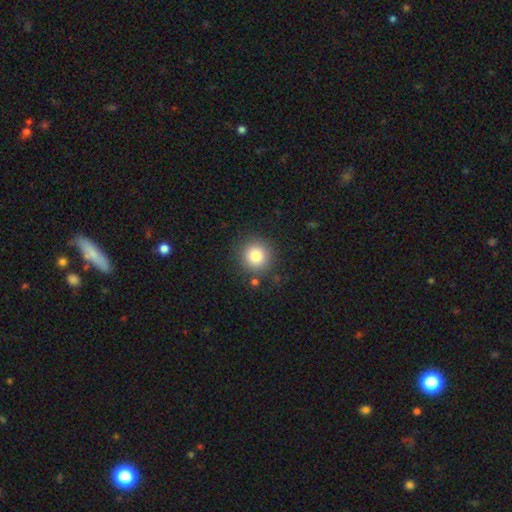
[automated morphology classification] Q: Smooth or featured?
A: smooth (81%); runner-up: star or artifact (11%)
Q: How rounded?
A: round (93%); runner-up: in between (6%)
Q: Merging?
A: none (86%); runner-up: minor disturbance (8%)